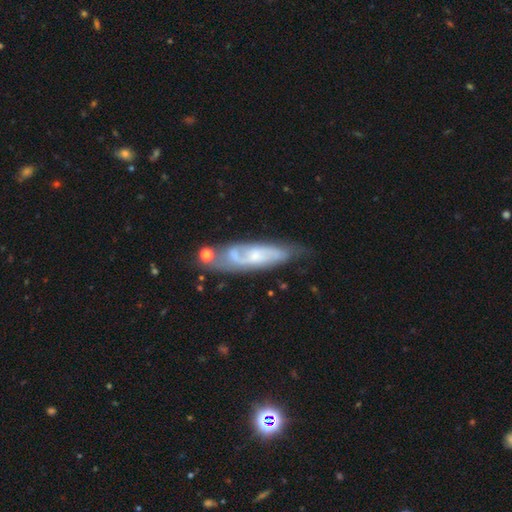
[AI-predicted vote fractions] Q: Smooth or featured?
A: featured or disk (75%); runner-up: smooth (19%)
Q: Edge-on disk?
A: no (83%); runner-up: yes (17%)
Q: Bar?
A: no (55%); runner-up: weak (36%)
Q: Spiral arms?
A: yes (91%); runner-up: no (9%)
Q: Spiral winding?
A: medium (46%); runner-up: tight (34%)
Q: Spiral arm count?
A: 2 (59%); runner-up: can't tell (23%)
Q: Bulge size?
A: small (58%); runner-up: moderate (28%)
Q: Merging?
A: none (57%); runner-up: minor disturbance (24%)